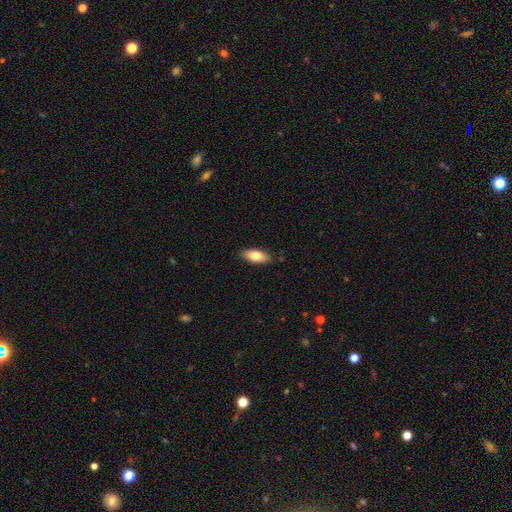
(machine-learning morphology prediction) Overall: smooth (77%). How rounded: in between (81%). Merging: none (87%).